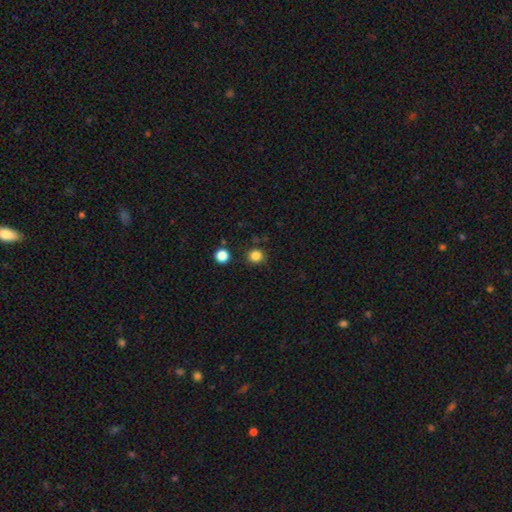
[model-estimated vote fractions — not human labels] Q: Smooth or featured?
A: smooth (84%); runner-up: star or artifact (13%)
Q: How rounded?
A: round (91%); runner-up: in between (8%)
Q: Merging?
A: none (86%); runner-up: minor disturbance (8%)